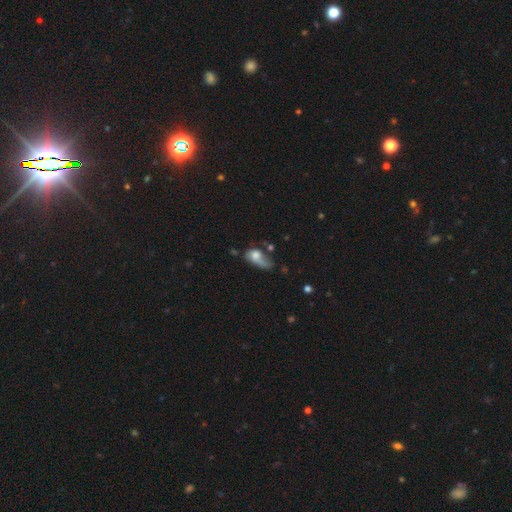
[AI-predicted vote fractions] A smooth galaxy with no disk features (58%) that is in between round and cigar-shaped (81%). Merging: major disturbance (42%).